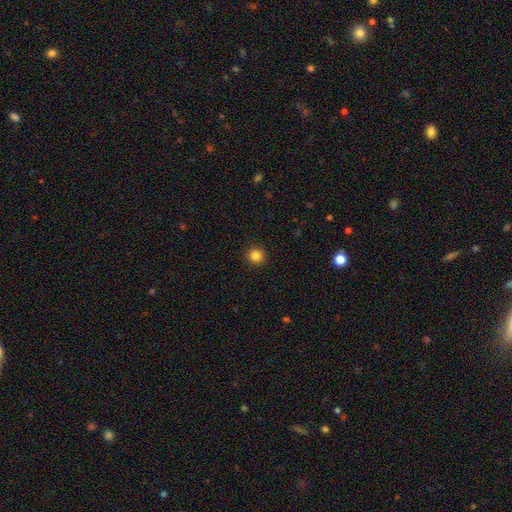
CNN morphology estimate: Smooth or featured? smooth (84%)
How rounded? round (94%)
Merging? none (93%)